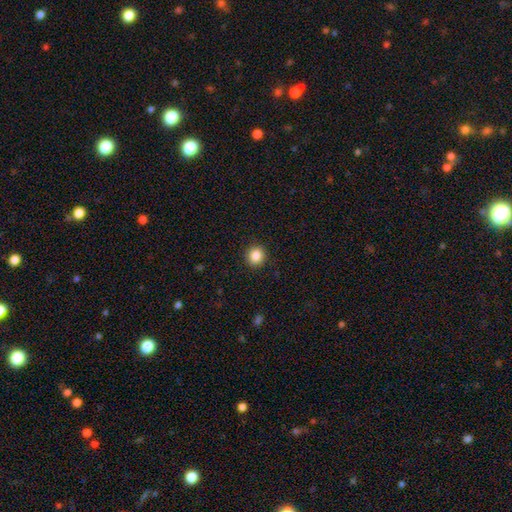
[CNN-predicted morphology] smooth_or_featured: smooth (p=0.86) [alt: star or artifact p=0.10]
how_rounded: round (p=0.85) [alt: in between p=0.14]
merging: none (p=0.91) [alt: minor disturbance p=0.06]